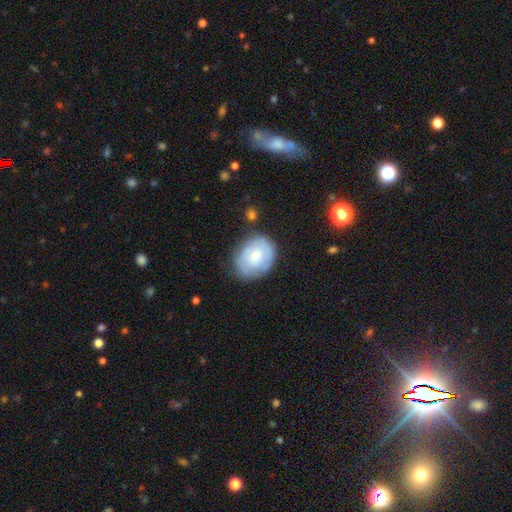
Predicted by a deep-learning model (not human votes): Smooth or featured? Predicted: featured or disk (p=0.50). Edge-on disk? Predicted: no (p=0.97). Merging? Predicted: none (p=0.73).